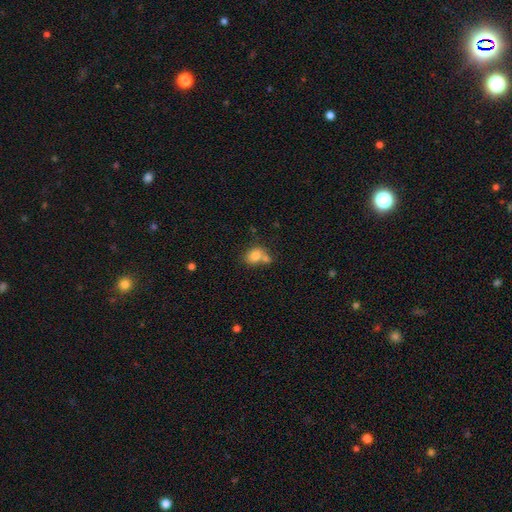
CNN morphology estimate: type=smooth (80%); roundness=in between (59%); merging=merger (42%).